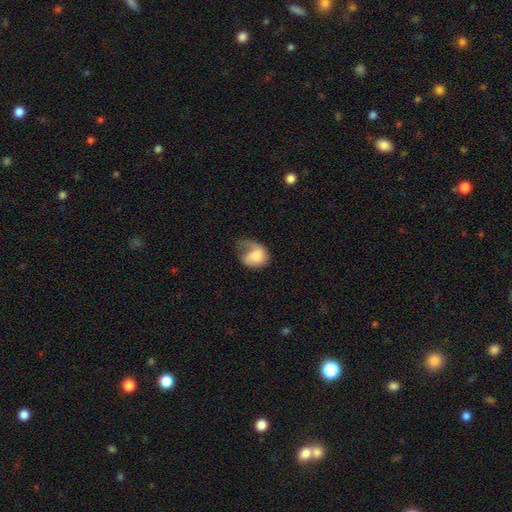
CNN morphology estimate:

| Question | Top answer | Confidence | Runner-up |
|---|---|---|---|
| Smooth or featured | smooth | 60% | featured or disk (32%) |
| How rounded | in between | 61% | round (38%) |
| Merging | major disturbance | 49% | minor disturbance (26%) |